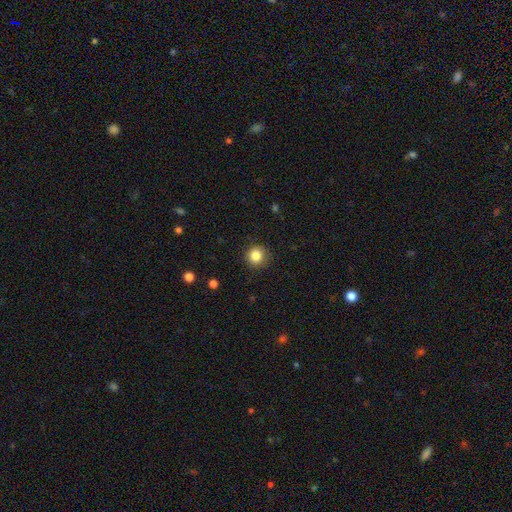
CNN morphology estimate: Overall: smooth (85%). How rounded: round (94%). Merging: none (90%).